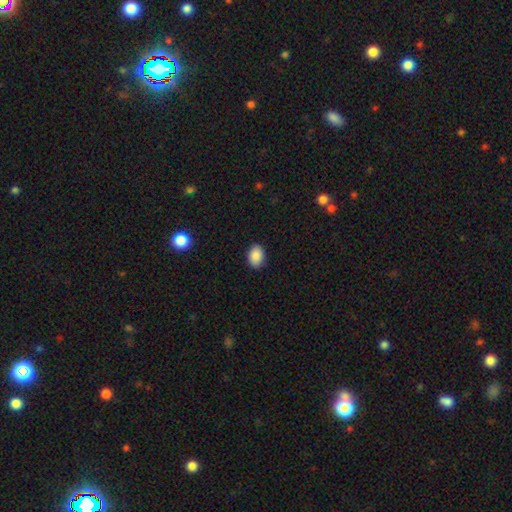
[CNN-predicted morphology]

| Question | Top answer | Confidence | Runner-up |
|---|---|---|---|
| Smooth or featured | smooth | 89% | star or artifact (8%) |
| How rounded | in between | 75% | round (24%) |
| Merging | none | 89% | minor disturbance (8%) |